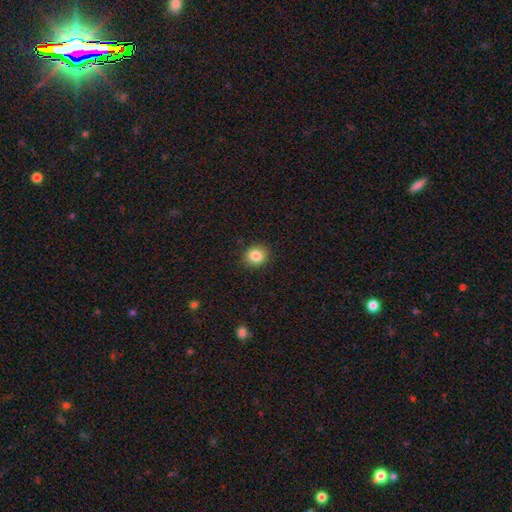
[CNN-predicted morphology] The model was most divided on "how rounded": round: 75%, in between: 24%, cigar-shaped: 1%. More confident: merging — none (89%); smooth or featured — smooth (85%).